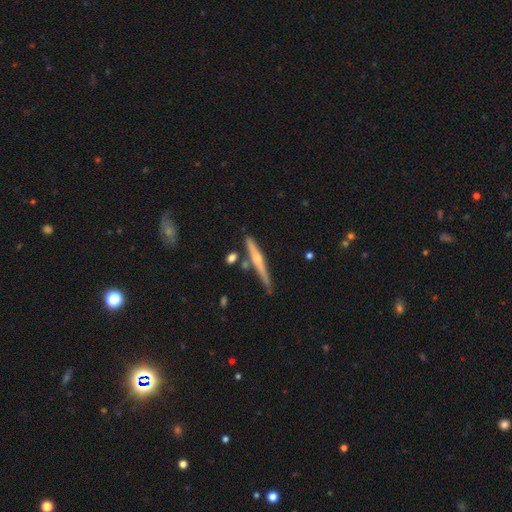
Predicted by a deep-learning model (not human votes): Smooth or featured? Predicted: featured or disk (p=0.66). Edge-on disk? Predicted: yes (p=0.97). Edge-on bulge? Predicted: rounded (p=0.75). Merging? Predicted: none (p=0.78).